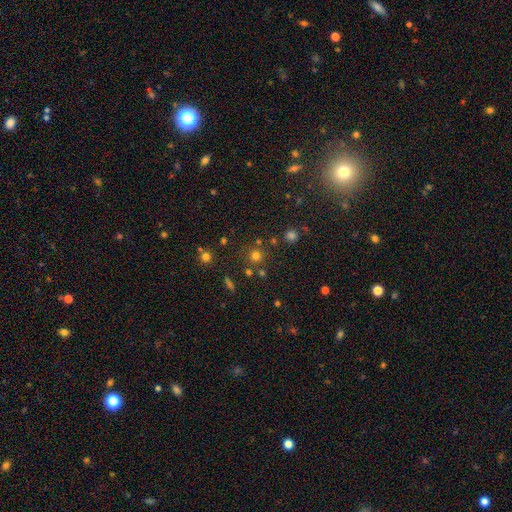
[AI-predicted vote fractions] Smooth or featured? Predicted: smooth (p=0.69). How rounded? Predicted: round (p=0.92). Merging? Predicted: none (p=0.77).